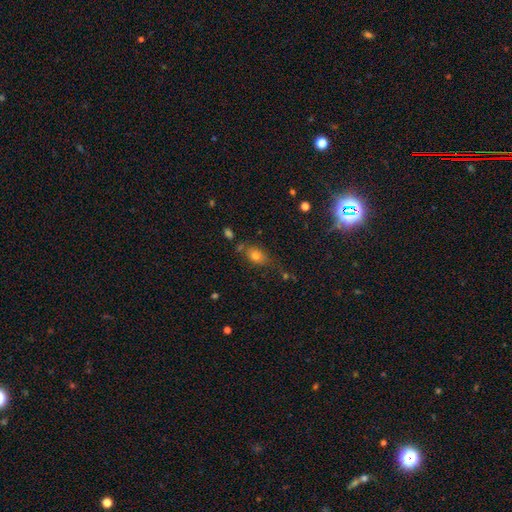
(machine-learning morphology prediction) Q: Smooth or featured?
A: smooth (75%); runner-up: star or artifact (13%)
Q: How rounded?
A: in between (73%); runner-up: round (23%)
Q: Merging?
A: none (61%); runner-up: minor disturbance (21%)